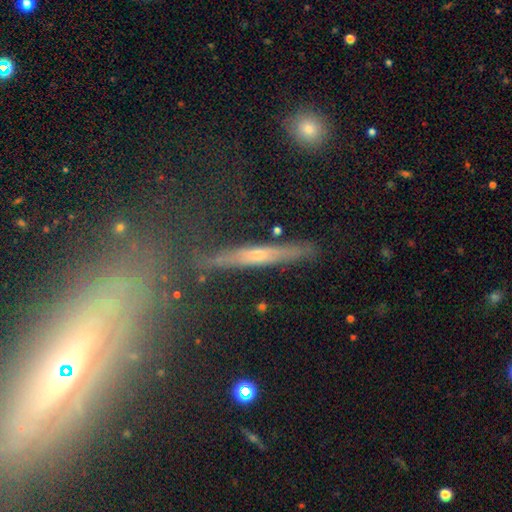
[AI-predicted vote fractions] A featured or disk galaxy (51%) viewed edge-on (88%).

Vote fractions:
- Smooth or featured? featured or disk: 51% / smooth: 38% / star or artifact: 11%
- Edge-on disk? yes: 88% / no: 12%
- Merging? none: 80% / minor disturbance: 14% / major disturbance: 3% / merger: 3%